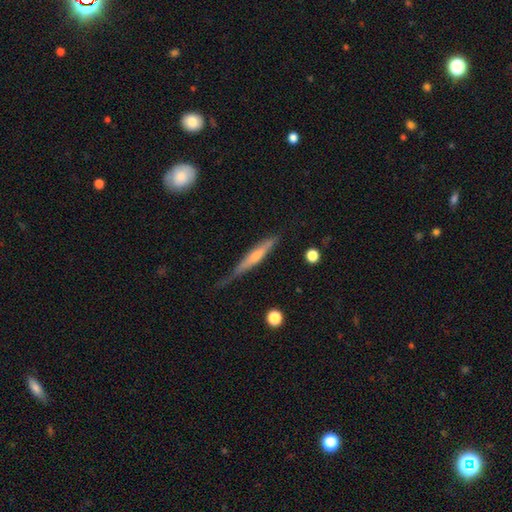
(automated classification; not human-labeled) A featured or disk galaxy (53%) viewed edge-on (92%). Merging: none (58%).